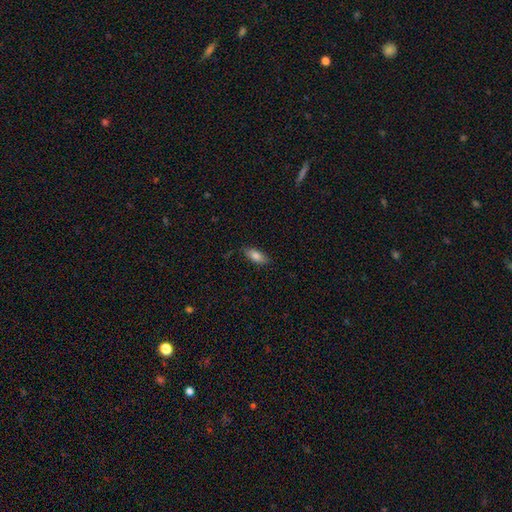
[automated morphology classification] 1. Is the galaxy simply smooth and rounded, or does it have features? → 81% smooth, 12% featured or disk, 7% star or artifact.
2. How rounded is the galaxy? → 81% in between, 16% cigar-shaped, 2% round.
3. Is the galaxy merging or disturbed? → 82% none, 14% minor disturbance, 3% major disturbance, 1% merger.